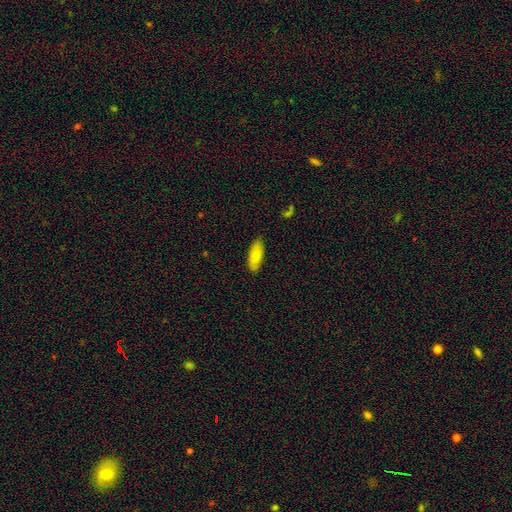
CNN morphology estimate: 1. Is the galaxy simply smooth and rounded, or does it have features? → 78% smooth, 16% featured or disk, 6% star or artifact.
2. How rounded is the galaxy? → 76% in between, 22% cigar-shaped, 2% round.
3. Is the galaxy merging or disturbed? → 84% none, 12% minor disturbance, 2% major disturbance, 1% merger.